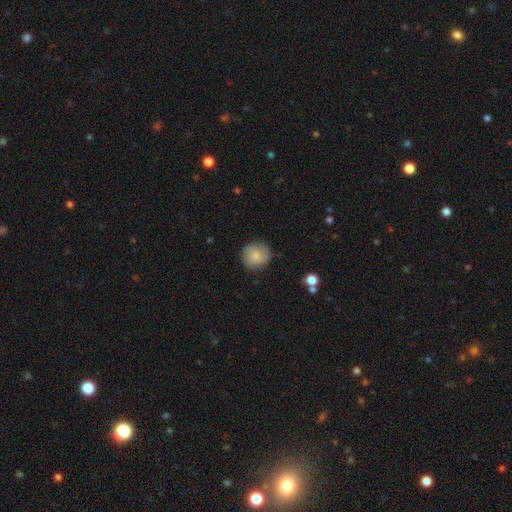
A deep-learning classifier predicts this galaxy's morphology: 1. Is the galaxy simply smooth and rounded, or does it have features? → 77% smooth, 16% featured or disk, 7% star or artifact.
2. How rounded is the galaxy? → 91% round, 8% in between, 1% cigar-shaped.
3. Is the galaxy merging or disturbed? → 82% none, 13% minor disturbance, 3% major disturbance, 1% merger.